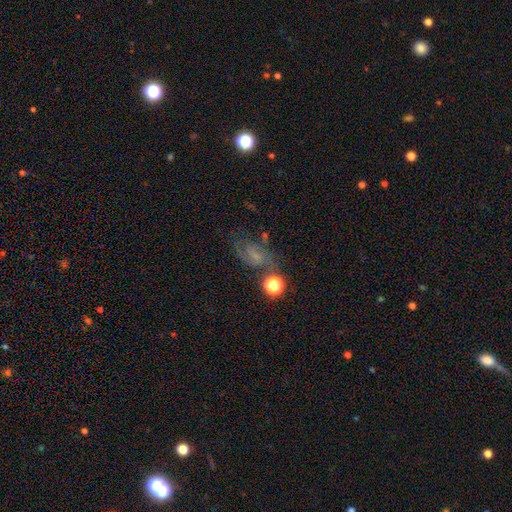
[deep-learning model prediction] Smooth or featured? featured or disk (59%)
Edge-on disk? no (96%)
Bar? no (47%)
Spiral arms? yes (88%)
Bulge size? small (57%)
Merging? none (56%)